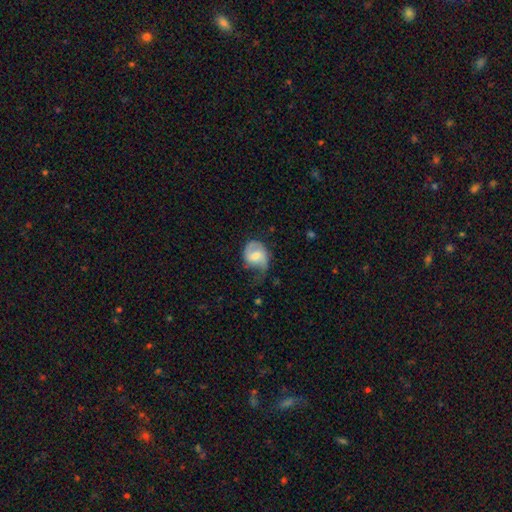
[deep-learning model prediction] This appears to be a featured or disk galaxy (48%). Merging: minor disturbance (36%).